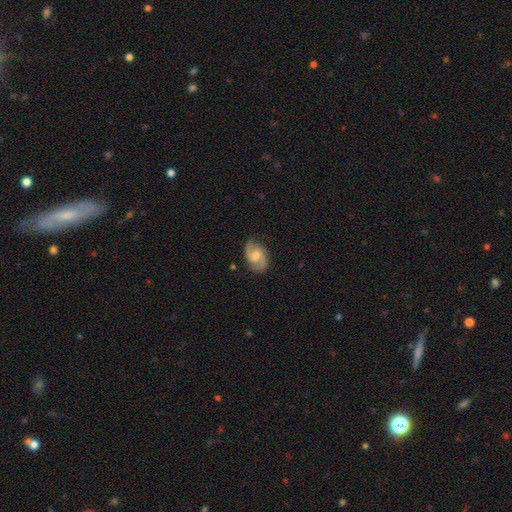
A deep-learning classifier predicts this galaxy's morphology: smooth-or-featured: featured or disk: 74% | smooth: 20% | star or artifact: 6%
  disk-edge-on: no: 97% | yes: 3%
    bar: no: 50% | weak: 44% | strong: 7%
    has-spiral-arms: yes: 95% | no: 5%
      spiral-winding: medium: 52% | loose: 24% | tight: 24%
      spiral-arm-count: 2: 90% | can't tell: 5% | 1: 2% | 3: 1% | 4: 1% | more than 4: 1%
    bulge-size: moderate: 51% | small: 28% | none: 11% | large: 9% | dominant: 1%
  merging: none: 80% | minor disturbance: 15% | major disturbance: 4% | merger: 1%